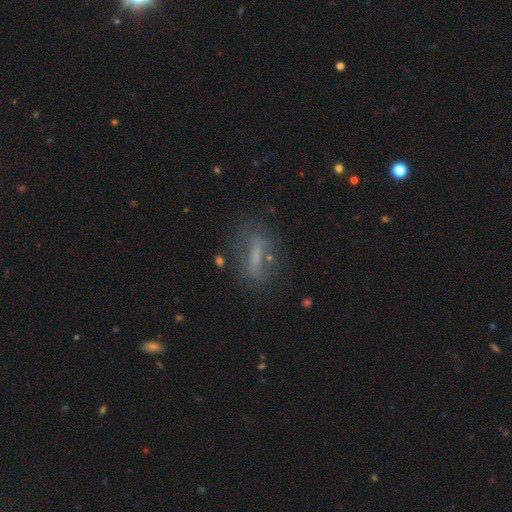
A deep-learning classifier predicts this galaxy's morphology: Smooth or featured? smooth (44%)
Merging? none (68%)